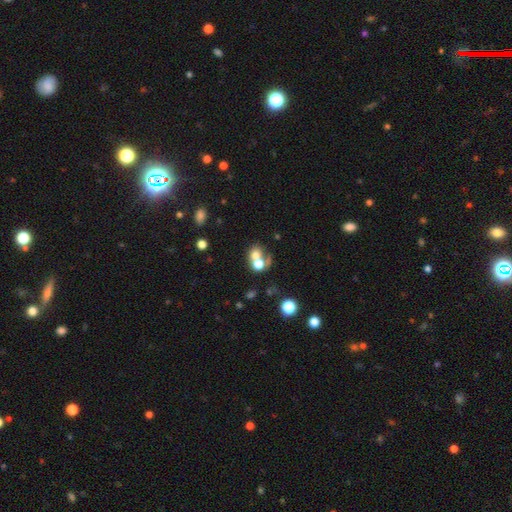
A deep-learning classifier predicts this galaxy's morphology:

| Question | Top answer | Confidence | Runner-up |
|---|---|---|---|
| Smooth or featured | smooth | 66% | featured or disk (19%) |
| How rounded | round | 64% | in between (35%) |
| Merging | merger | 56% | none (30%) |